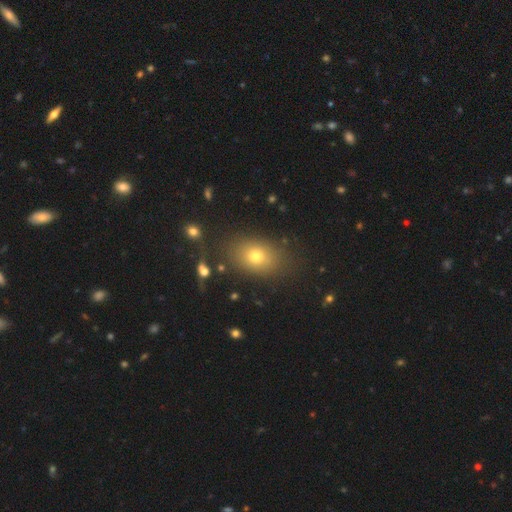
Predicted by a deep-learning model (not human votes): Morphology: type=smooth (73%); roundness=in between (70%); merging=none (82%).